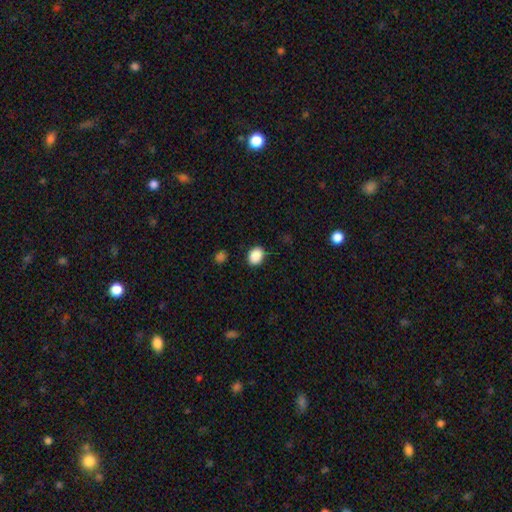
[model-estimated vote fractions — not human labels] Smooth or featured: smooth — 89% (star or artifact — 8%)
How rounded: in between — 57% (round — 42%)
Merging: none — 87% (minor disturbance — 9%)